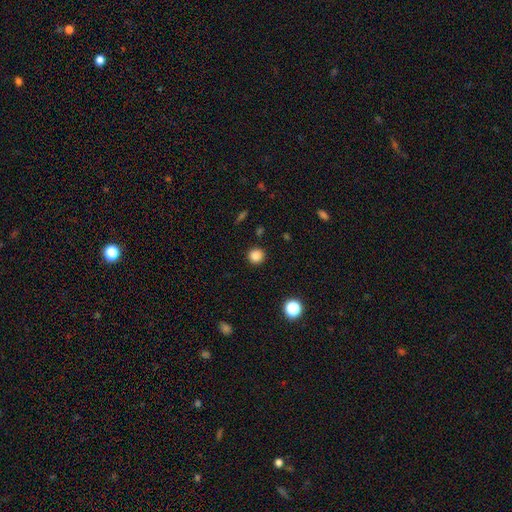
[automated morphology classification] smooth_or_featured: smooth (p=0.85) [alt: star or artifact p=0.12]
how_rounded: round (p=0.94) [alt: in between p=0.05]
merging: none (p=0.90) [alt: minor disturbance p=0.06]